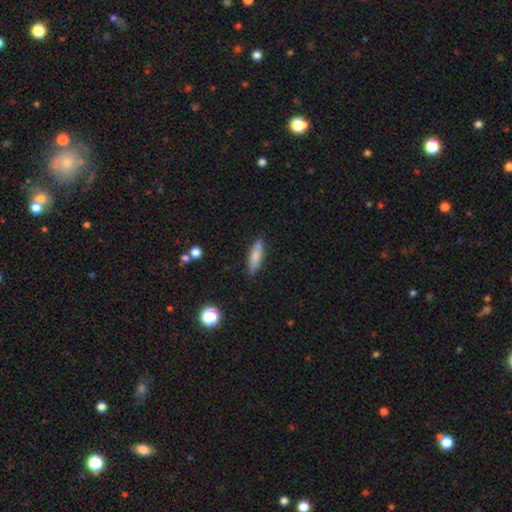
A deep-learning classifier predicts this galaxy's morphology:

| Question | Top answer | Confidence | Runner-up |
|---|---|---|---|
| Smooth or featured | smooth | 75% | featured or disk (18%) |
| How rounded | cigar-shaped | 65% | in between (33%) |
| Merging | none | 87% | minor disturbance (10%) |